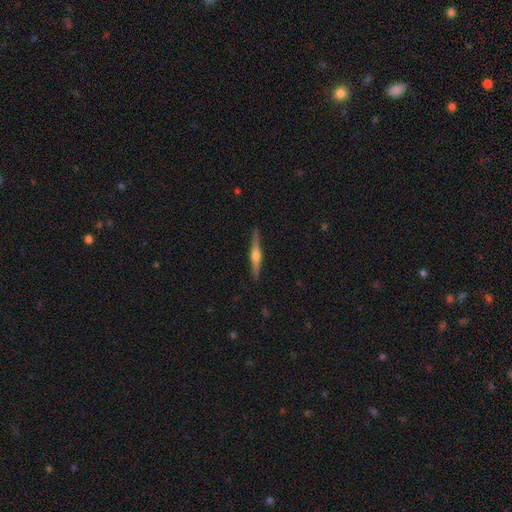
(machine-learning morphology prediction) This is likely a featured or disk galaxy (72%). It is clearly viewed edge-on (98%). Edge-on bulge: clearly rounded (91%). Merging: clearly none (90%).